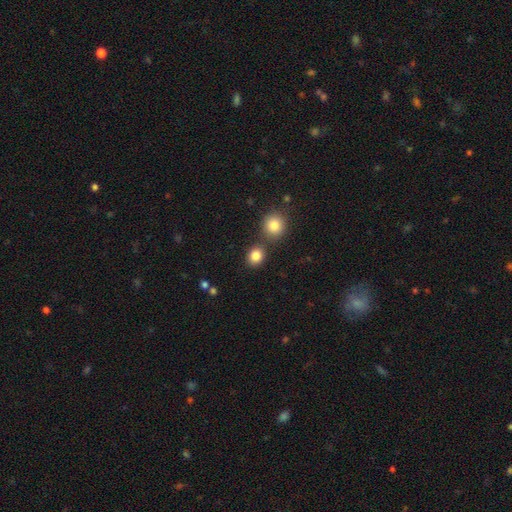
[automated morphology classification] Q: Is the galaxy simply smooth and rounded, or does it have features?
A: smooth — 85%.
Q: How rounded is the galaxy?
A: round — 71%.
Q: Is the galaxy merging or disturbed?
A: none — 75%.